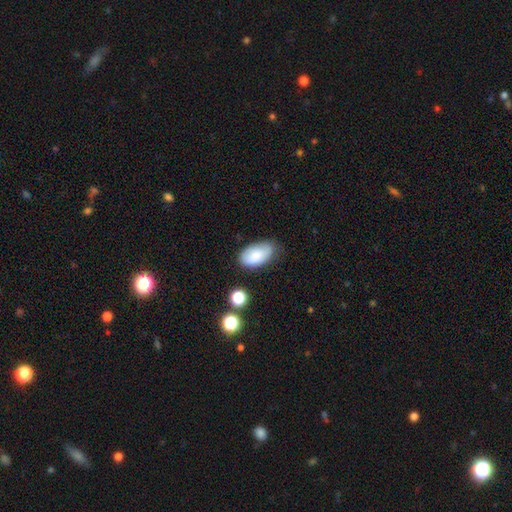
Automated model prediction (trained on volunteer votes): Morphology: type=smooth (83%); roundness=in between (94%); merging=none (65%).